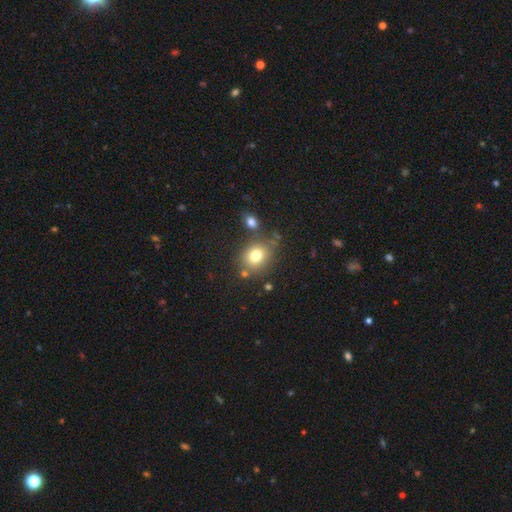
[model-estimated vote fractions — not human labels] Smooth or featured: smooth — 77% (star or artifact — 12%)
How rounded: round — 59% (in between — 40%)
Merging: none — 70% (minor disturbance — 13%)